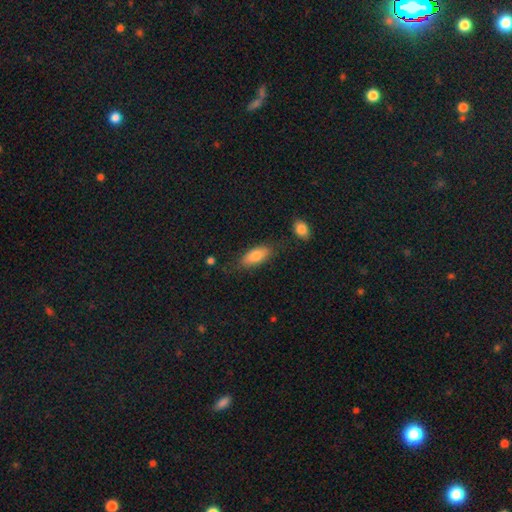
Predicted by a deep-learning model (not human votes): A smooth galaxy with no disk features (80%) that is in between round and cigar-shaped (83%).

Vote fractions:
- Smooth or featured? smooth: 80% / featured or disk: 13% / star or artifact: 7%
- How rounded? in between: 83% / cigar-shaped: 15% / round: 3%
- Merging? none: 73% / minor disturbance: 18% / major disturbance: 5% / merger: 4%